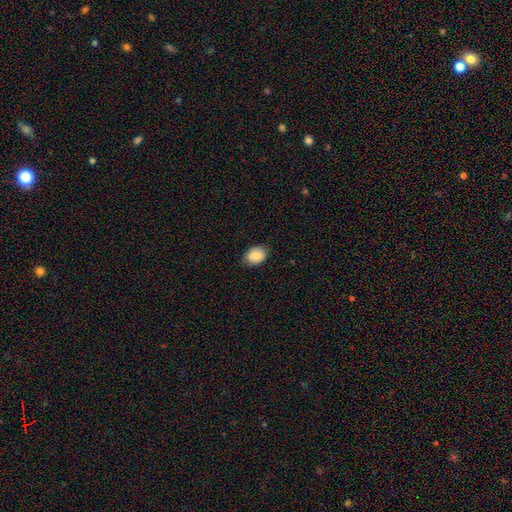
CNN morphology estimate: smooth 87%, star or artifact 7%, featured or disk 6%. Down the decision tree: how rounded — in between (75%); merging — none (81%).